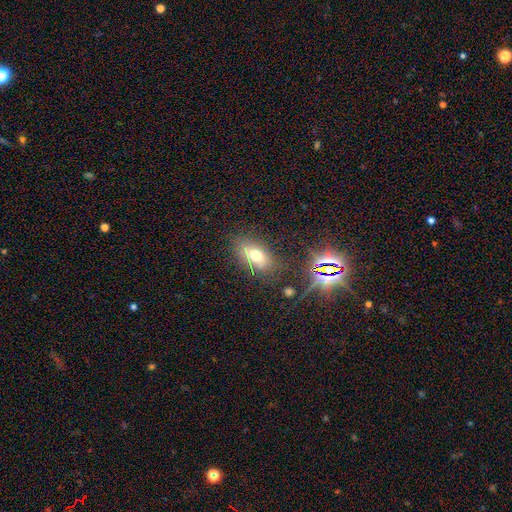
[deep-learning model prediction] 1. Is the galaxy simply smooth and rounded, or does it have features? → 63% smooth, 19% star or artifact, 19% featured or disk.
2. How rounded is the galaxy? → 84% in between, 11% round, 5% cigar-shaped.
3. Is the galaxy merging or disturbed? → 77% none, 15% minor disturbance, 5% major disturbance, 3% merger.